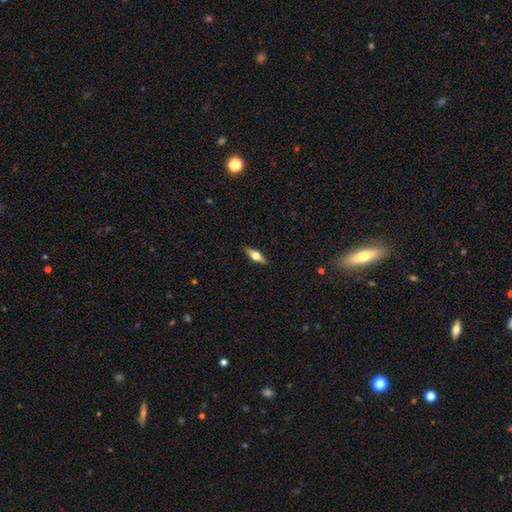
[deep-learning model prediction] Overall: featured or disk (62%; smooth 32%). Edge-on disk: yes (95%). Edge-on bulge: rounded (95%). Merging: none (90%).